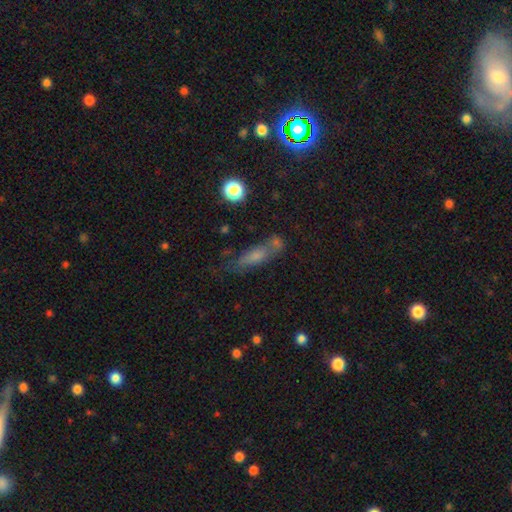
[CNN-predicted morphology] smooth_or_featured: smooth (p=0.51) [alt: featured or disk p=0.30]
how_rounded: cigar-shaped (p=0.59) [alt: in between p=0.35]
merging: none (p=0.53) [alt: minor disturbance p=0.21]